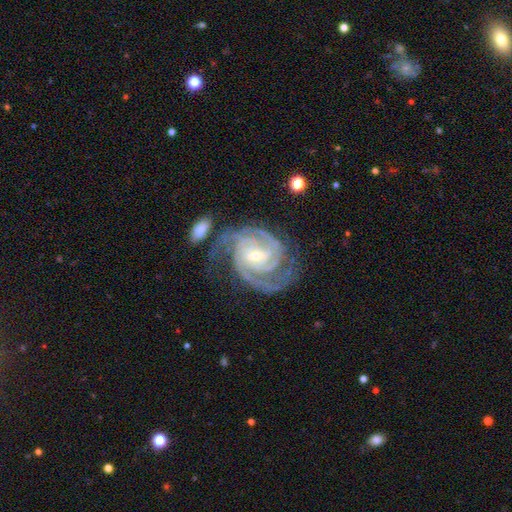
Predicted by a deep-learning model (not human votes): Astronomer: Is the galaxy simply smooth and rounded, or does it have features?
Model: featured or disk — 93%.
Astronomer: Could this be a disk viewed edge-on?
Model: no — 98%.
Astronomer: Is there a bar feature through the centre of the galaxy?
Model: weak — 50% (runner-up: strong, 28%).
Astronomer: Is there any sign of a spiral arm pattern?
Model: yes — 99%.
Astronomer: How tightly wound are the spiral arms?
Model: tight — 67%.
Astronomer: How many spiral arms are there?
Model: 2 — 36% (runner-up: 3, 34%).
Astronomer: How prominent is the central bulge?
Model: small — 63%.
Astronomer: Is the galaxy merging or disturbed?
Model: none — 64%.